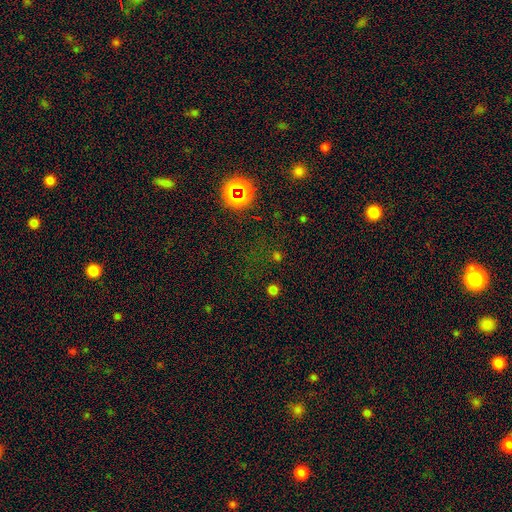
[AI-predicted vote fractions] smooth_or_featured: star or artifact (p=0.65) [alt: smooth p=0.25]